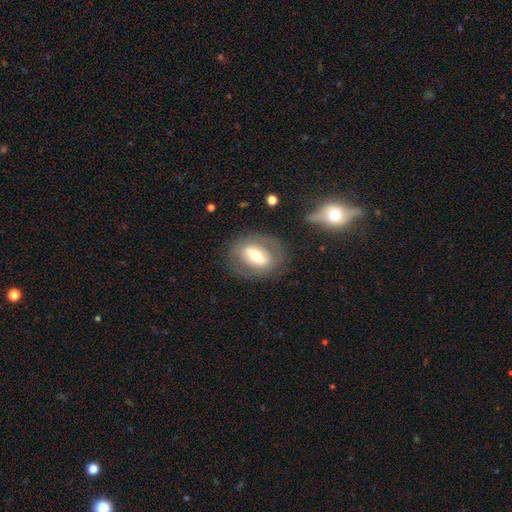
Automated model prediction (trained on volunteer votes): smooth-or-featured: featured or disk: 54% | smooth: 39% | star or artifact: 7%
  disk-edge-on: no: 87% | yes: 13%
  merging: none: 76% | minor disturbance: 14% | major disturbance: 8% | merger: 2%